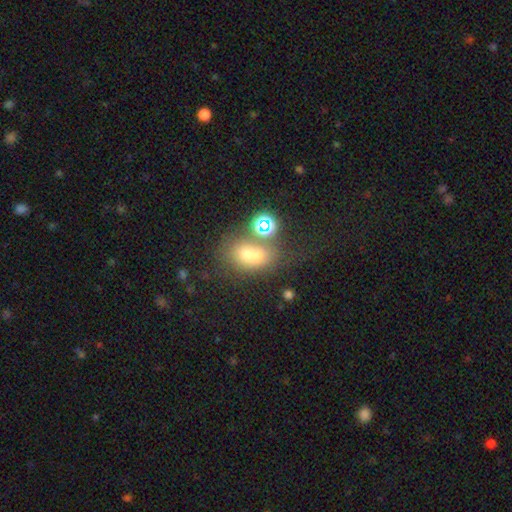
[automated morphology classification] Smooth or featured? smooth (56%)
How rounded? in between (53%)
Merging? merger (45%)